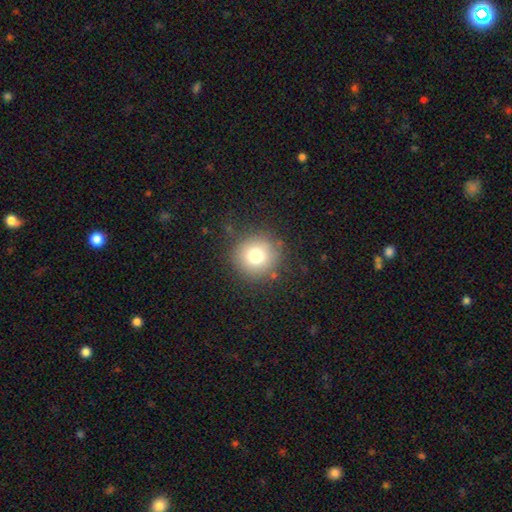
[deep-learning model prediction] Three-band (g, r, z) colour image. It shows a smooth galaxy with no disk features (76%) that is round (94%). Merging: none (86%).